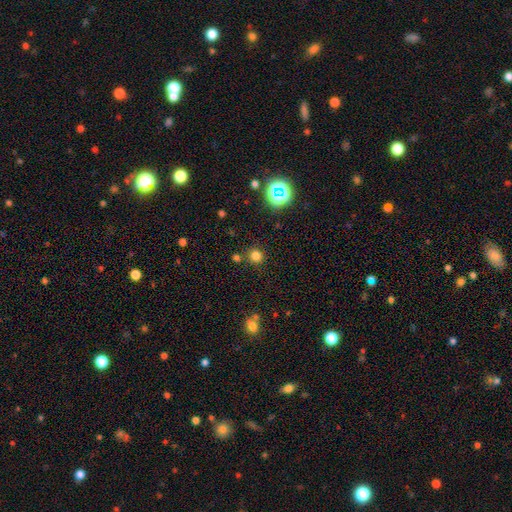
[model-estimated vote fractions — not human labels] smooth-or-featured: smooth: 74% | star or artifact: 21% | featured or disk: 5%
  how-rounded: round: 93% | in between: 6% | cigar-shaped: 1%
  merging: none: 83% | minor disturbance: 7% | merger: 7% | major disturbance: 3%